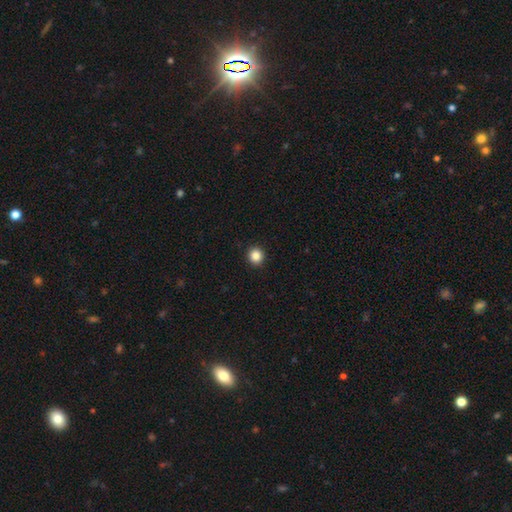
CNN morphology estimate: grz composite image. It shows a smooth galaxy with no disk features (86%) that is round (91%). Merging: none (93%).